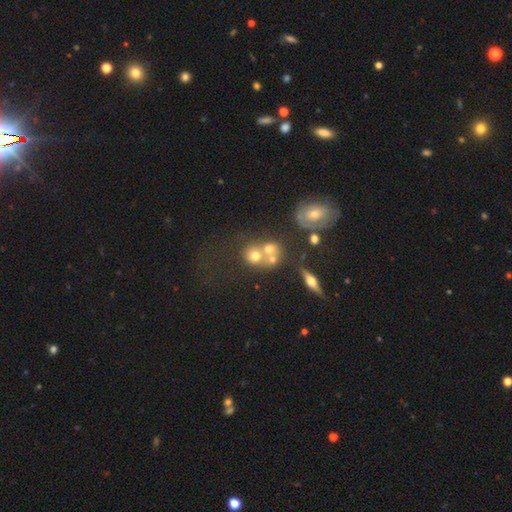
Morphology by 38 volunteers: Smooth or featured: smooth — 47% (featured or disk — 42%)
How rounded: round — 78% (in between — 22%)
Merging: merger — 56% (none — 24%)